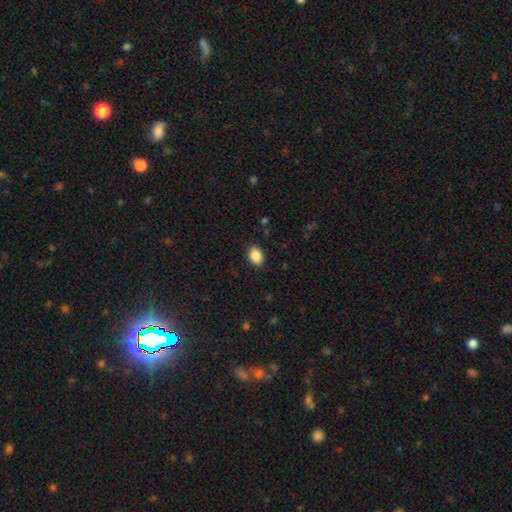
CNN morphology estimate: Smooth or featured? Predicted: smooth (p=0.88). How rounded? Predicted: in between (p=0.76). Merging? Predicted: none (p=0.88).